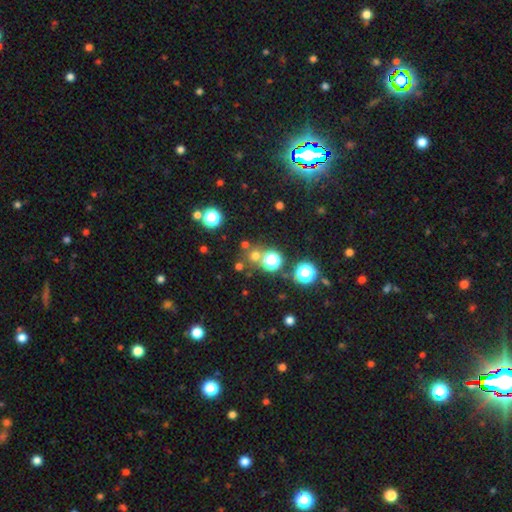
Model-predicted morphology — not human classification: Smooth or featured? smooth (56%)
How rounded? round (92%)
Merging? none (75%)